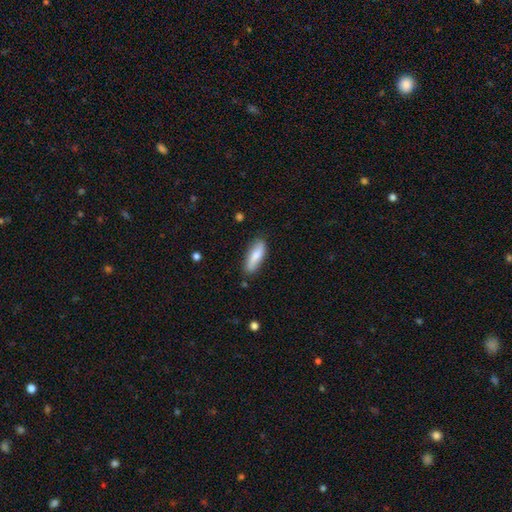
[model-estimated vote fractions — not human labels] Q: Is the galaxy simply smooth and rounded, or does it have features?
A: smooth — 76%.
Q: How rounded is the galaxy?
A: in between — 53%.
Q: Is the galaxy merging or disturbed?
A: none — 77%.